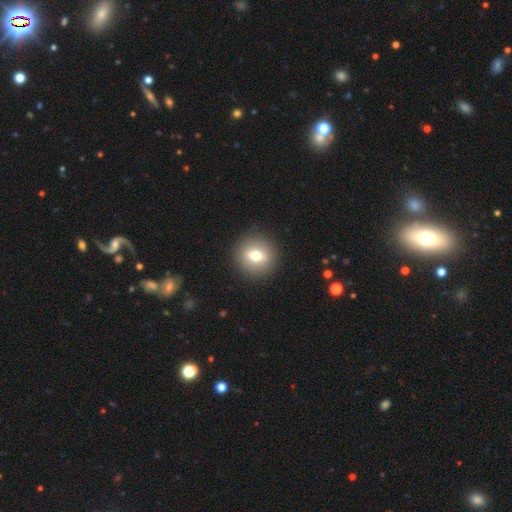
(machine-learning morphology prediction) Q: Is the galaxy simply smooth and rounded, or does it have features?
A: smooth — 70%.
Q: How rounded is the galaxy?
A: round — 87%.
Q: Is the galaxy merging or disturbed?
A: none — 90%.